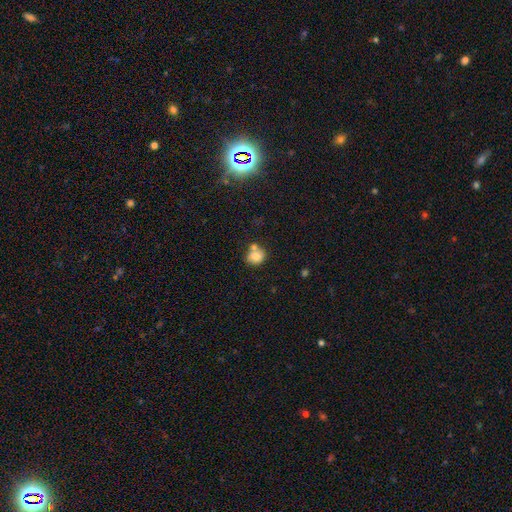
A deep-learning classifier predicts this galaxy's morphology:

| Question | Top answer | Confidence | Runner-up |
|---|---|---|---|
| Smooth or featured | smooth | 80% | featured or disk (10%) |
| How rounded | round | 72% | in between (27%) |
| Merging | none | 51% | merger (31%) |